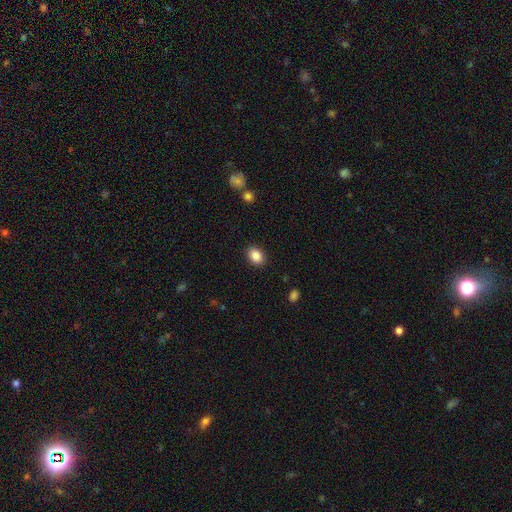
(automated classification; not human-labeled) Smooth or featured? Predicted: smooth (p=0.87). How rounded? Predicted: in between (p=0.68). Merging? Predicted: none (p=0.89).